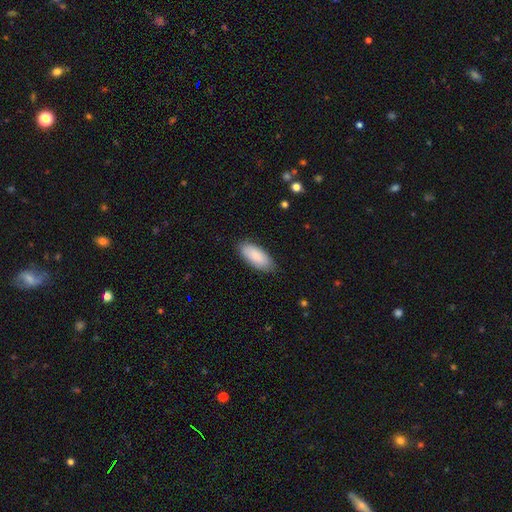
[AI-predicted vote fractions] Morphology: type=smooth (88%); roundness=in between (87%); merging=none (84%).